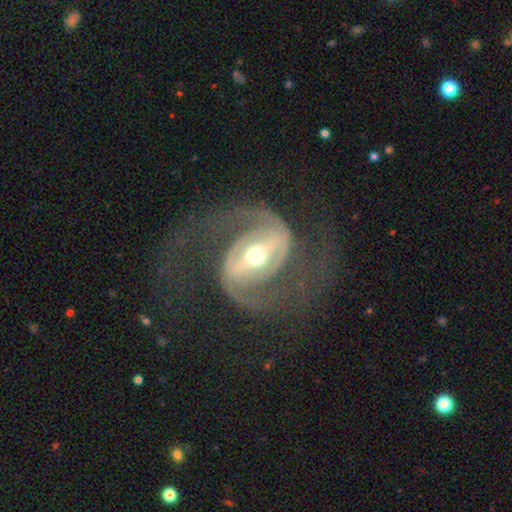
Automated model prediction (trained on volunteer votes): This is clearly a featured or disk galaxy (90%). It is clearly not viewed edge-on (97%). Bar: likely strong (61%). Spiral arm pattern: clearly yes (93%). Spiral arm count: clearly 2 (93%). Spiral winding: possibly medium (50%). Central bulge: likely moderate (74%). Merging: likely none (71%).